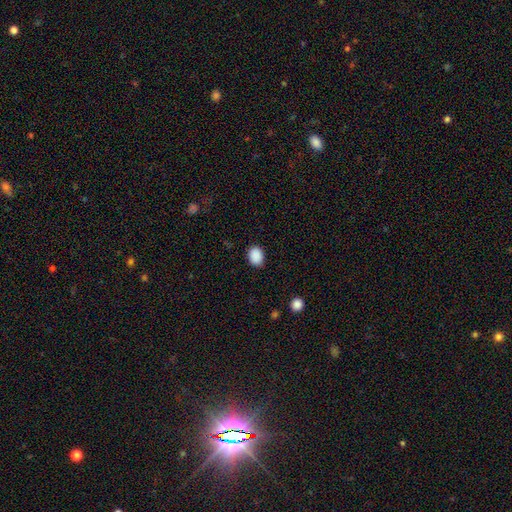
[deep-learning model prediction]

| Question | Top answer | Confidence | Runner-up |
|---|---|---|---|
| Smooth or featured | smooth | 90% | star or artifact (8%) |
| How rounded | in between | 67% | round (32%) |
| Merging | none | 86% | minor disturbance (11%) |